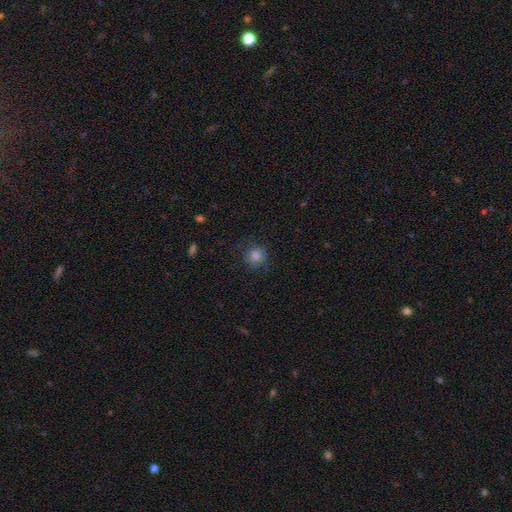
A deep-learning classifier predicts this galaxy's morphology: smooth_or_featured: smooth (p=0.79) [alt: star or artifact p=0.15]
how_rounded: round (p=0.92) [alt: in between p=0.07]
merging: none (p=0.83) [alt: minor disturbance p=0.12]